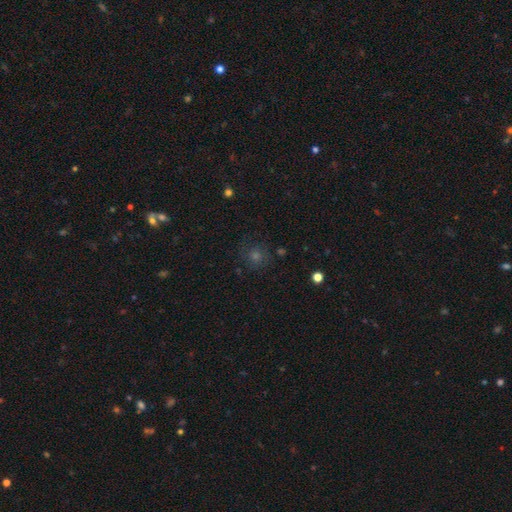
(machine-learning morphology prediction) A smooth galaxy with no disk features (46%). Merging: none (81%).